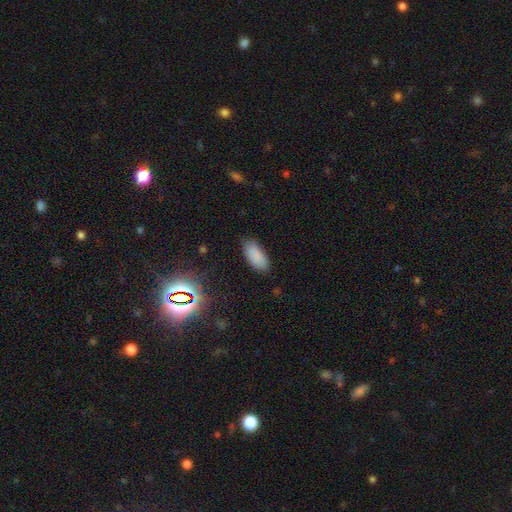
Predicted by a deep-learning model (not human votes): Smooth or featured?
  - smooth: 85% *
  - star or artifact: 9%
  - featured or disk: 6%
How rounded?
  - in between: 89% *
  - cigar-shaped: 9%
  - round: 2%
Merging?
  - none: 81% *
  - minor disturbance: 14%
  - major disturbance: 3%
  - merger: 1%